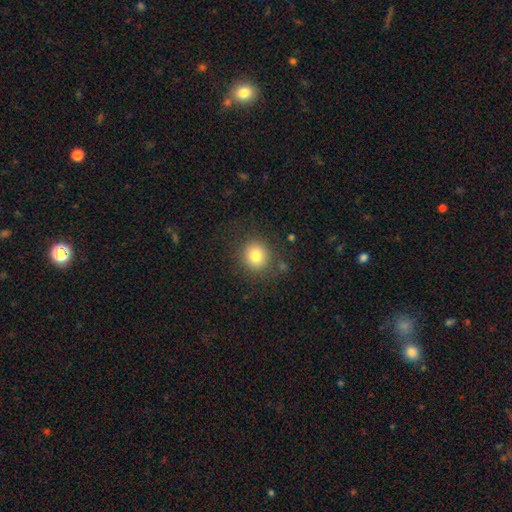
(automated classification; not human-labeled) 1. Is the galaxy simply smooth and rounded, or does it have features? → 80% smooth, 11% star or artifact, 8% featured or disk.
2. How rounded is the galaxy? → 86% round, 13% in between, 1% cigar-shaped.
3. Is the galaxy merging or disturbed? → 84% none, 10% minor disturbance, 4% major disturbance, 2% merger.